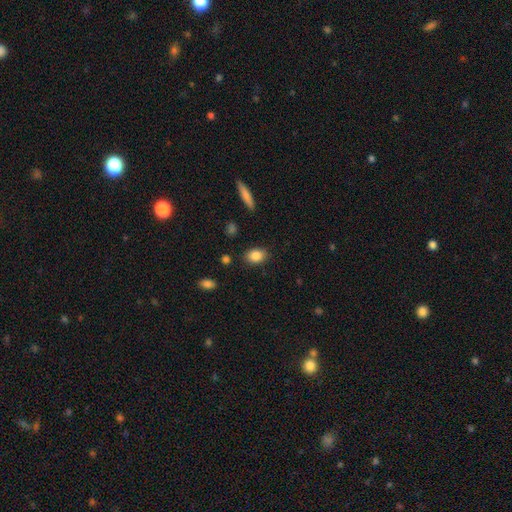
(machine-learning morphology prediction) This appears to be a smooth galaxy with no disk features (86%) that is in between round and cigar-shaped (77%). Merging: none (86%).